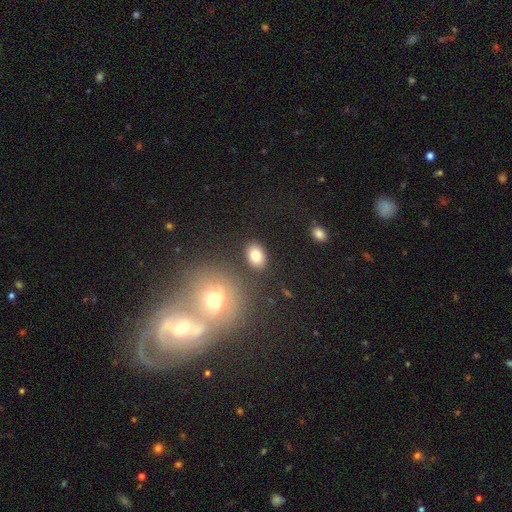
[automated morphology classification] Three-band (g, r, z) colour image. It shows a smooth galaxy with no disk features (81%) that is in between round and cigar-shaped (80%). Merging: none (84%).